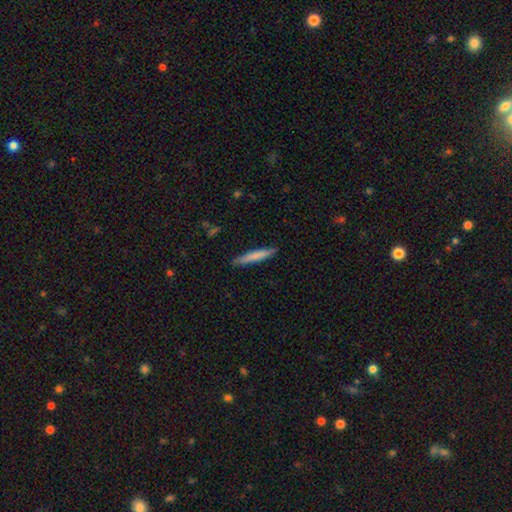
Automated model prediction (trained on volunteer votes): Smooth or featured?
  - smooth: 77% *
  - featured or disk: 18%
  - star or artifact: 6%
How rounded?
  - cigar-shaped: 94% *
  - in between: 5%
  - round: 1%
Merging?
  - none: 87% *
  - minor disturbance: 10%
  - major disturbance: 2%
  - merger: 1%